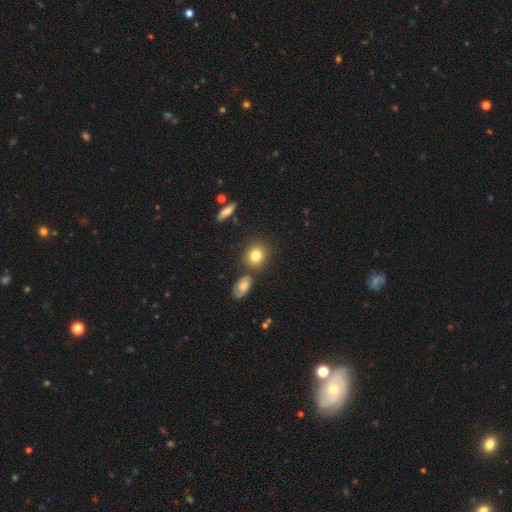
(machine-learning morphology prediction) Smooth or featured? smooth (81%)
How rounded? round (71%)
Merging? none (75%)